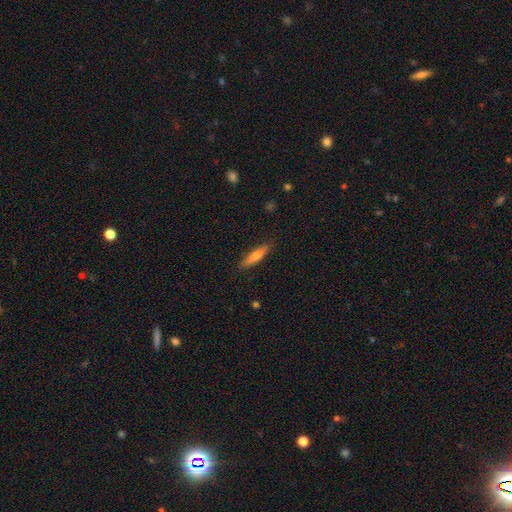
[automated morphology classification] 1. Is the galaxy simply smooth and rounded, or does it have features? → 56% smooth, 36% featured or disk, 7% star or artifact.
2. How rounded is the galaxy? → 82% cigar-shaped, 16% in between, 2% round.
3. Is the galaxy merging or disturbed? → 88% none, 9% minor disturbance, 2% major disturbance, 1% merger.